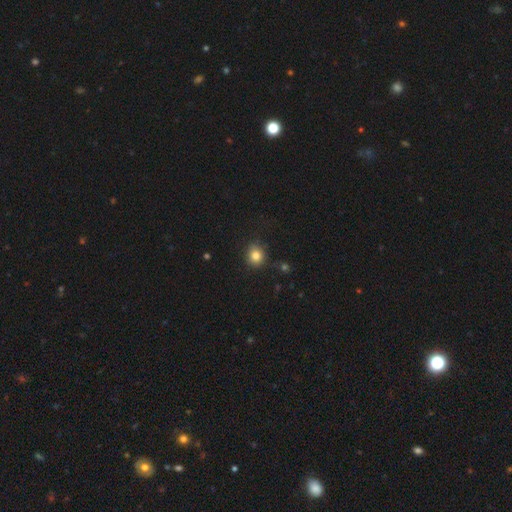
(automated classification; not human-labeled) Morphology: type=smooth (82%); roundness=round (82%); merging=none (82%).